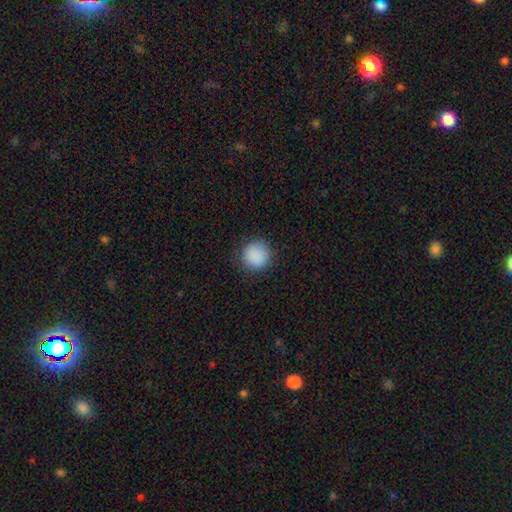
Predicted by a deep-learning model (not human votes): This is clearly a smooth galaxy (88%). How rounded: clearly round (92%). Merging: clearly none (87%).